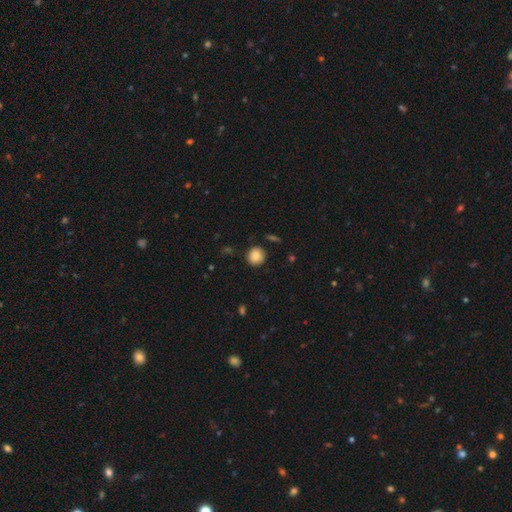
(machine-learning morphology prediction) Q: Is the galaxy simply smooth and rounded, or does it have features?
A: smooth — 86%.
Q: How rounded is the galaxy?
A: round — 88%.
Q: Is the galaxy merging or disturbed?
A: none — 86%.